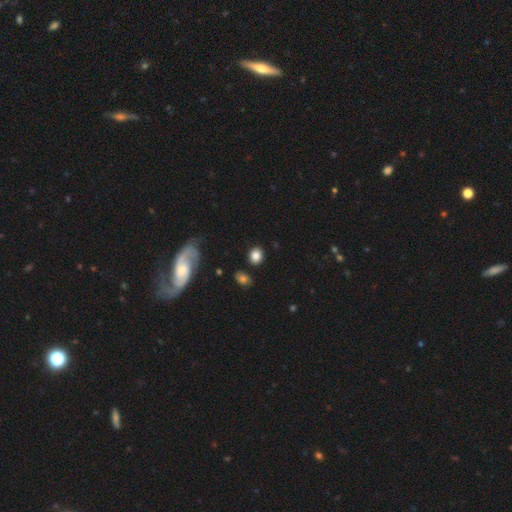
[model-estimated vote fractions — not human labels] Smooth or featured: smooth — 82% (star or artifact — 10%)
How rounded: round — 65% (in between — 33%)
Merging: none — 83% (minor disturbance — 10%)